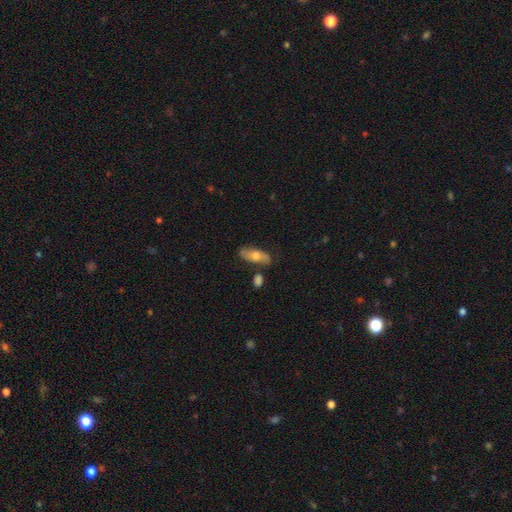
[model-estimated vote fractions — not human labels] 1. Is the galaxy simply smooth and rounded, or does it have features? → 58% smooth, 35% featured or disk, 7% star or artifact.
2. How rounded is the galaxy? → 78% in between, 18% cigar-shaped, 4% round.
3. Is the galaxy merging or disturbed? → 74% none, 16% minor disturbance, 6% merger, 4% major disturbance.